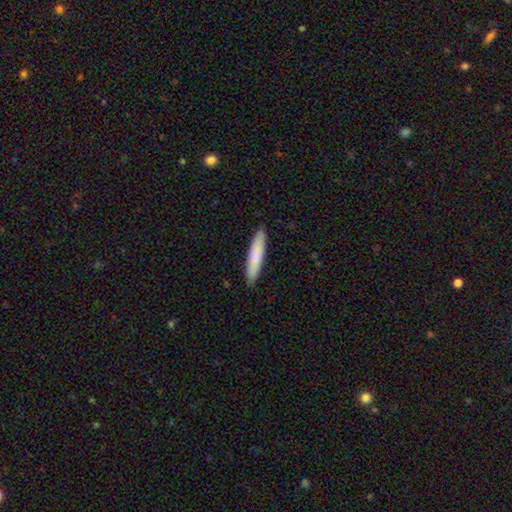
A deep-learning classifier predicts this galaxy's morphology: smooth 77%, featured or disk 18%, star or artifact 5%. Down the decision tree: how rounded — cigar-shaped (90%); merging — none (91%).